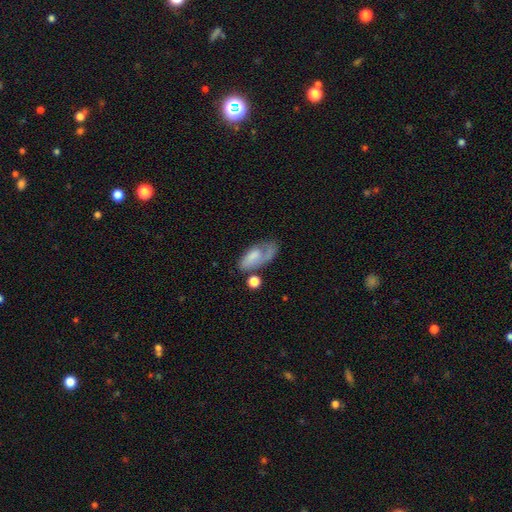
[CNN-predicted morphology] A smooth galaxy with no disk features (45%, tied with featured or disk). Merging: none (42%).